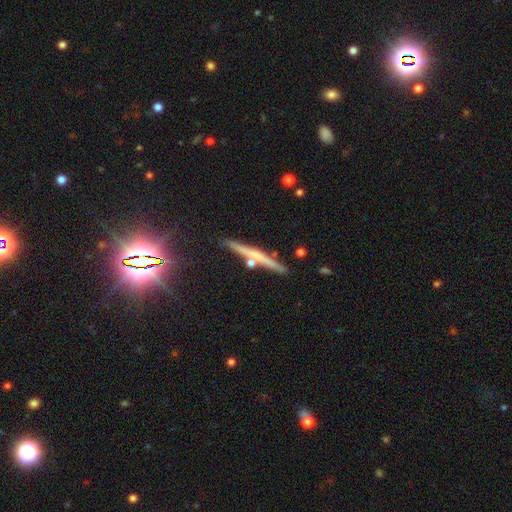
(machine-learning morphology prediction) Smooth or featured?
  - featured or disk: 57% *
  - smooth: 33%
  - star or artifact: 10%
Edge-on disk?
  - yes: 97% *
  - no: 3%
Edge-on bulge?
  - none: 54% *
  - rounded: 39%
  - boxy: 8%
Merging?
  - none: 82% *
  - minor disturbance: 9%
  - merger: 7%
  - major disturbance: 2%